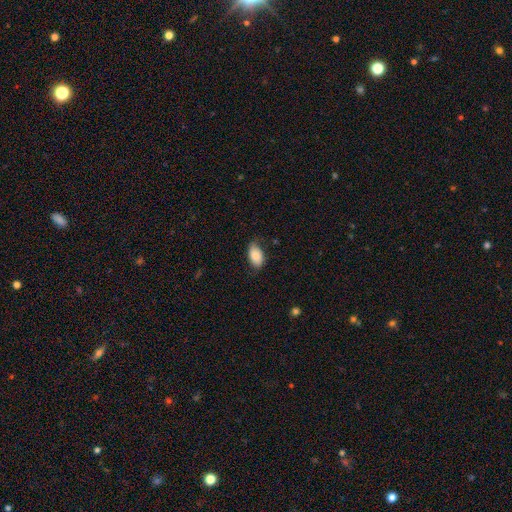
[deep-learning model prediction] Overall: smooth (84%). How rounded: in between (93%). Merging: none (73%).